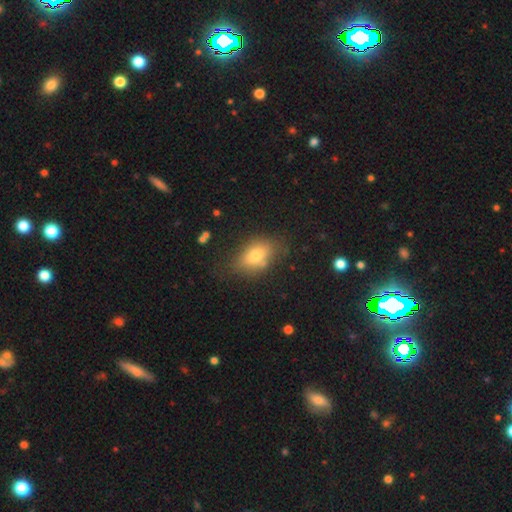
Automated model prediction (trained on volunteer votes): A smooth galaxy with no disk features (73%) that is in between round and cigar-shaped (83%). Merging: none (68%).